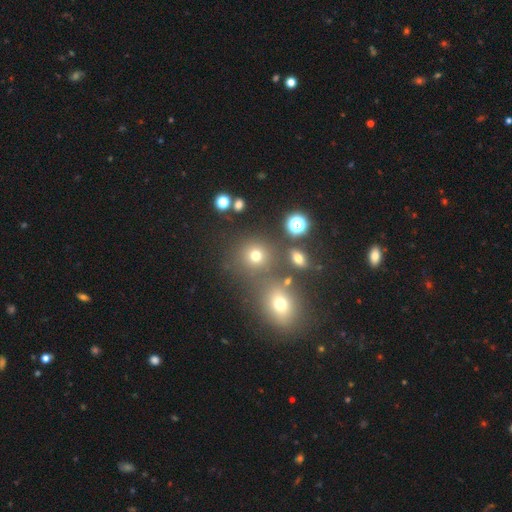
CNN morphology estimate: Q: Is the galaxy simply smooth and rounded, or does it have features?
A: smooth — 71%.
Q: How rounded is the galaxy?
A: round — 86%.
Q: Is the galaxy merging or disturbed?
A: none — 72%.